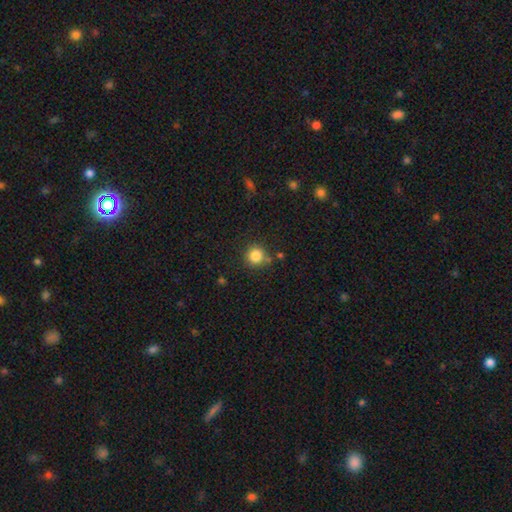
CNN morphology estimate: Smooth or featured: smooth — 84% (star or artifact — 11%)
How rounded: round — 93% (in between — 6%)
Merging: none — 80% (minor disturbance — 10%)